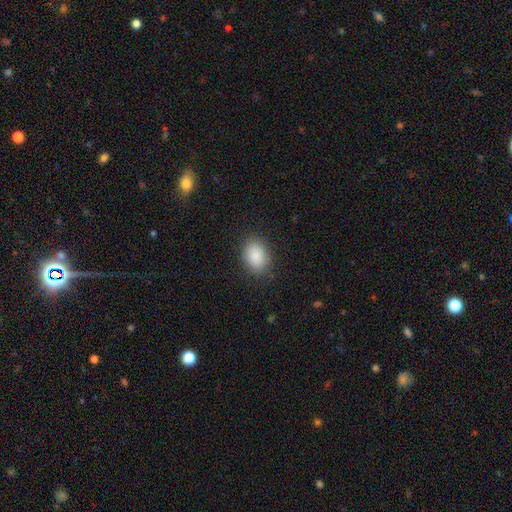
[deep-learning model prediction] smooth 88%, star or artifact 8%, featured or disk 4%. Down the decision tree: how rounded — in between (80%); merging — none (85%).